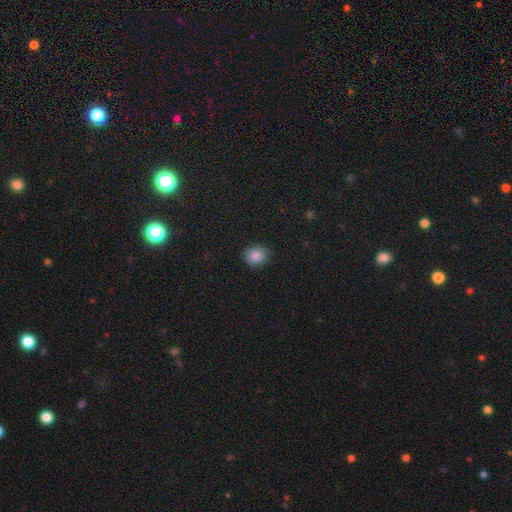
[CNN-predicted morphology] A smooth galaxy with no disk features (87%) that is round (59%). Merging: none (83%).